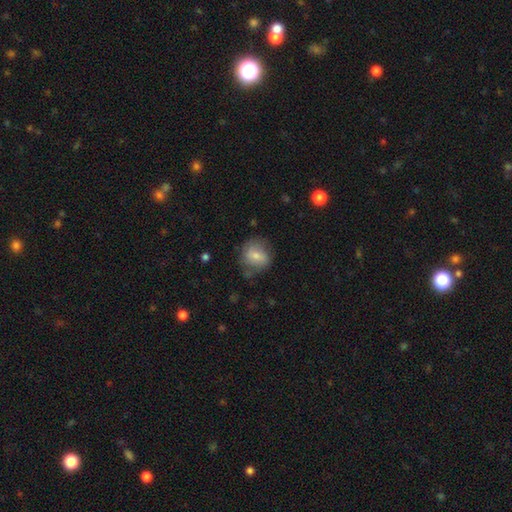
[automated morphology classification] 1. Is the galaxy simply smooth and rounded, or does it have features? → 66% smooth, 26% featured or disk, 8% star or artifact.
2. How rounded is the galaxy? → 71% round, 28% in between, 1% cigar-shaped.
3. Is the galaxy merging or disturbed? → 63% none, 24% minor disturbance, 10% major disturbance, 2% merger.